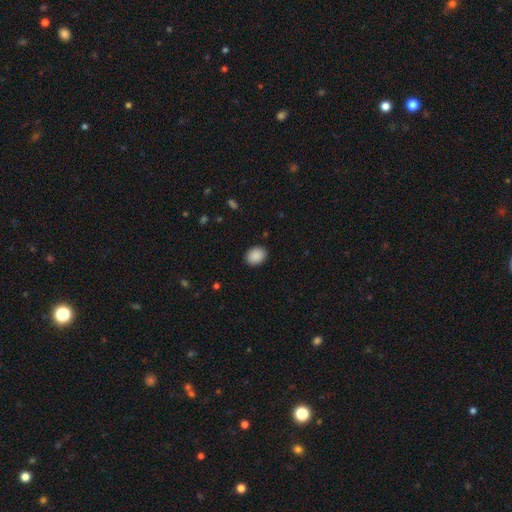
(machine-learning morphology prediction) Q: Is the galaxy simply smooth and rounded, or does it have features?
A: smooth — 90%.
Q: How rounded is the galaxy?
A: in between — 58%.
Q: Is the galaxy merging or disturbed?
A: none — 90%.